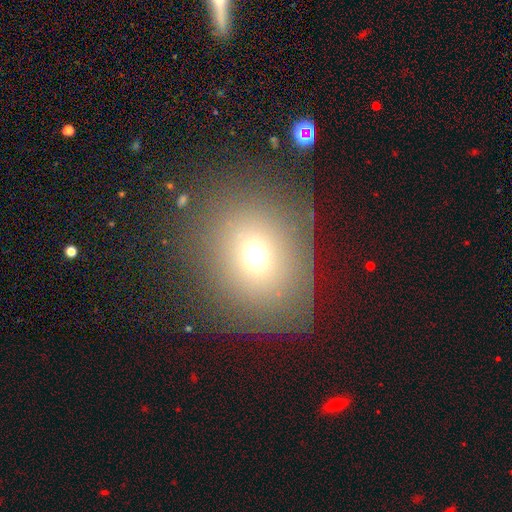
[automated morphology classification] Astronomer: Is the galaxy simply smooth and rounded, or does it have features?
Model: smooth — 65%.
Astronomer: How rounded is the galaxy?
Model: round — 68%.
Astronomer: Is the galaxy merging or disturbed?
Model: none — 73%.